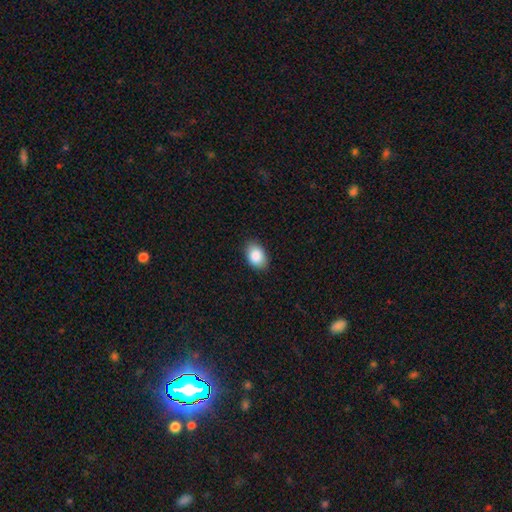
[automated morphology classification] type=smooth (88%); roundness=in between (85%); merging=none (87%).